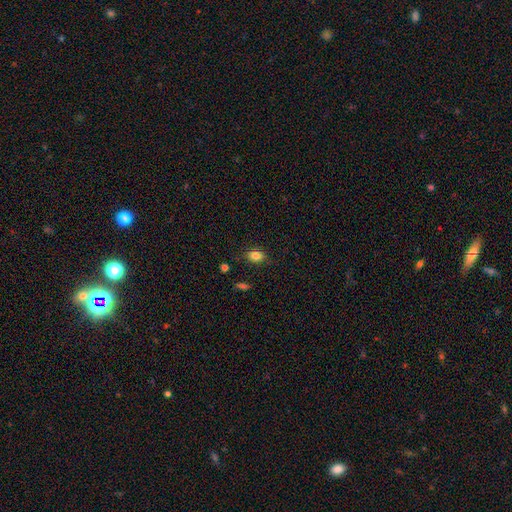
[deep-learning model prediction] Overall: smooth (83%). How rounded: in between (71%). Merging: none (82%).